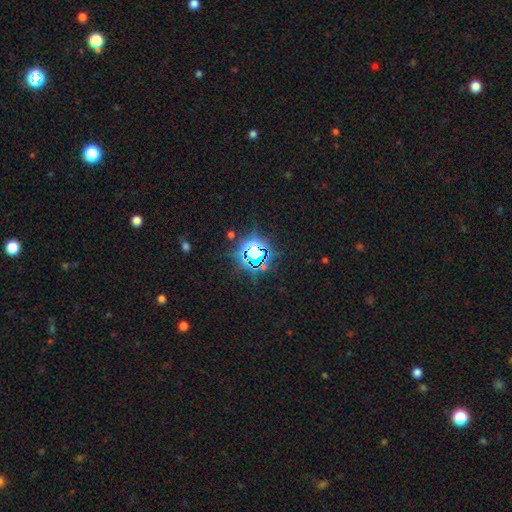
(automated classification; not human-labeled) smooth-or-featured: star or artifact: 81% | smooth: 11% | featured or disk: 8%